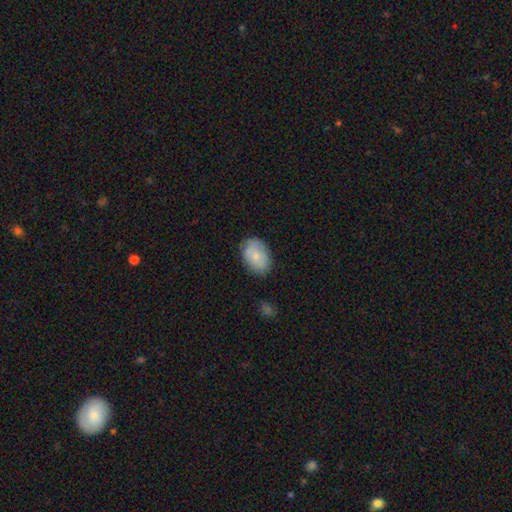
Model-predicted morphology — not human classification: This is likely a smooth galaxy (72%). How rounded: clearly in between (84%). Merging: likely none (76%).